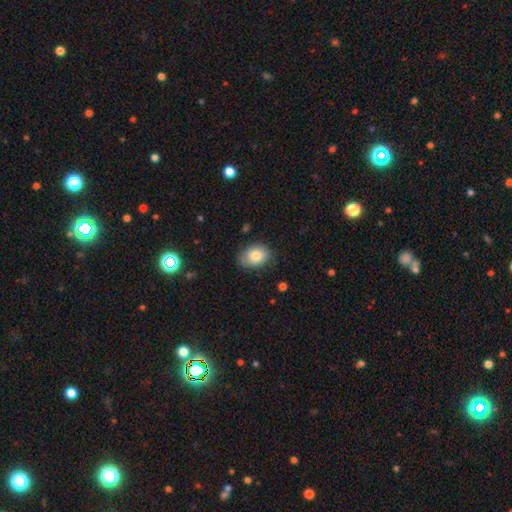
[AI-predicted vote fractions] Smooth or featured?
  - smooth: 80% *
  - featured or disk: 12%
  - star or artifact: 8%
How rounded?
  - in between: 68% *
  - round: 31%
  - cigar-shaped: 1%
Merging?
  - none: 76% *
  - minor disturbance: 19%
  - major disturbance: 4%
  - merger: 1%